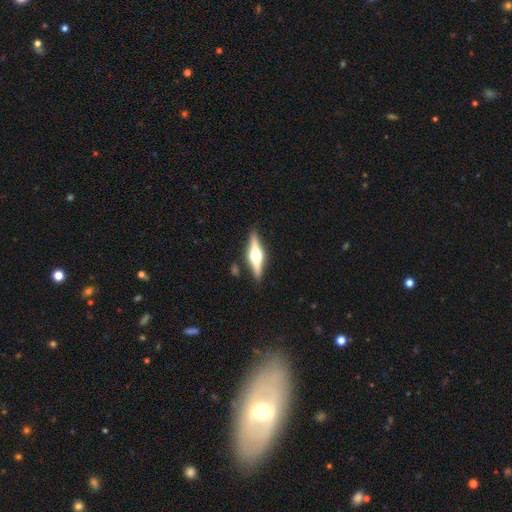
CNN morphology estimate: featured or disk 75%, smooth 19%, star or artifact 5%. Down the decision tree: edge-on disk — yes (97%); edge-on bulge — rounded (96%); merging — none (88%).